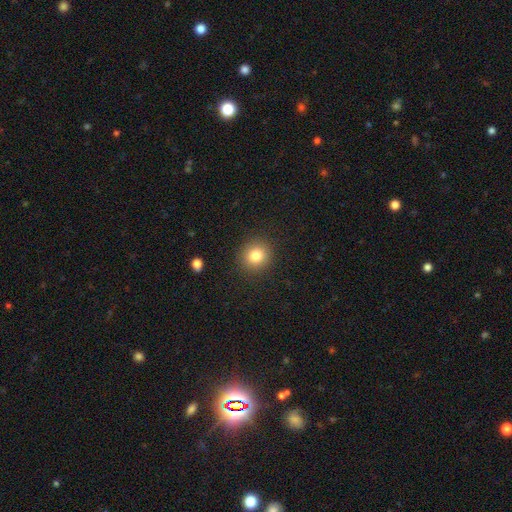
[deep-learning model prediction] The model was most divided on "smooth or featured": smooth: 81%, star or artifact: 11%, featured or disk: 8%. More confident: merging — none (90%); how rounded — round (87%).